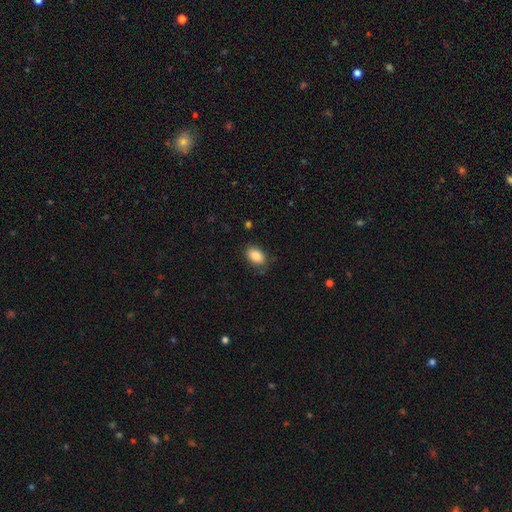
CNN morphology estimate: smooth-or-featured: smooth: 87% | star or artifact: 7% | featured or disk: 6%
  how-rounded: in between: 90% | round: 9% | cigar-shaped: 2%
  merging: none: 80% | minor disturbance: 15% | major disturbance: 3% | merger: 1%